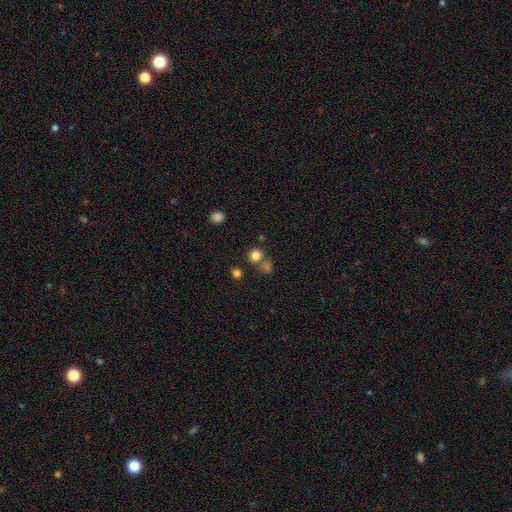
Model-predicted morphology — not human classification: smooth-or-featured: smooth: 80% | star or artifact: 14% | featured or disk: 6%
  how-rounded: round: 90% | in between: 9% | cigar-shaped: 1%
  merging: none: 64% | merger: 24% | minor disturbance: 8% | major disturbance: 4%